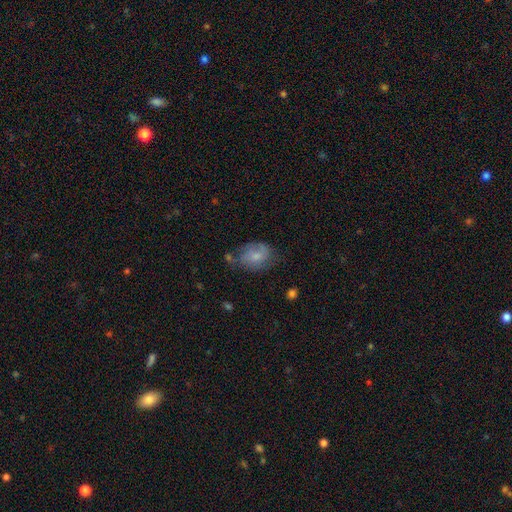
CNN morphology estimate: smooth-or-featured: smooth: 60% | featured or disk: 32% | star or artifact: 8%
  how-rounded: in between: 66% | round: 33% | cigar-shaped: 1%
  merging: none: 53% | minor disturbance: 30% | major disturbance: 12% | merger: 5%